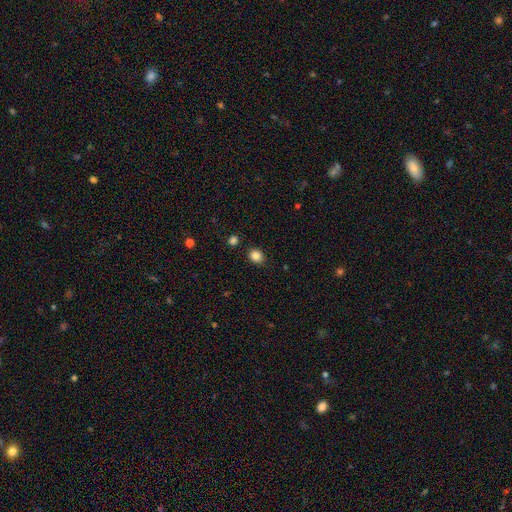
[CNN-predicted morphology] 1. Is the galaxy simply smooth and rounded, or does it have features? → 85% smooth, 11% star or artifact, 4% featured or disk.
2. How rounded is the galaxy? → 63% round, 36% in between, 1% cigar-shaped.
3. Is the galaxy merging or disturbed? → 86% none, 9% minor disturbance, 3% merger, 2% major disturbance.